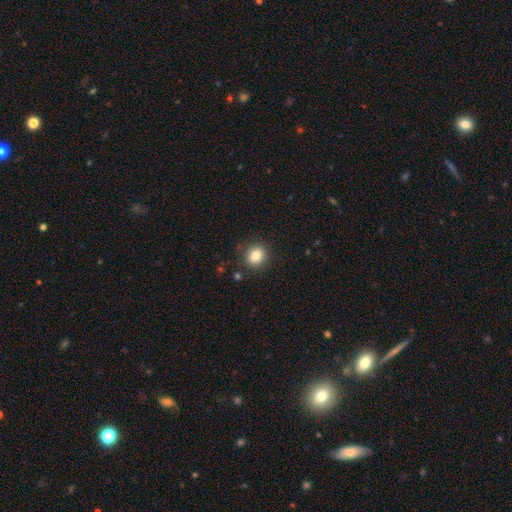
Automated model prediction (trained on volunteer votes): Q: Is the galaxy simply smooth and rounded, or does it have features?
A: smooth — 82%.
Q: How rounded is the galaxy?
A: round — 76%.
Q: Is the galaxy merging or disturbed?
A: none — 87%.